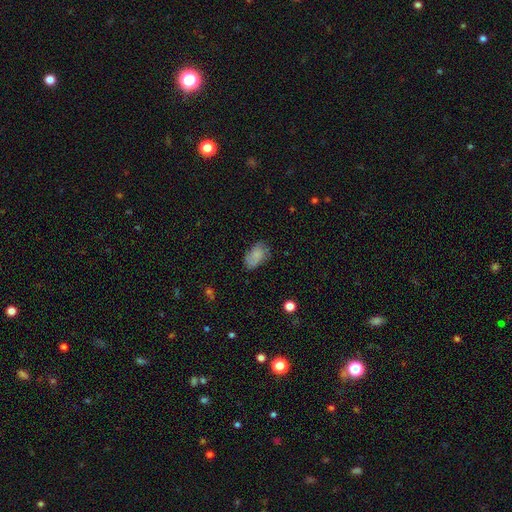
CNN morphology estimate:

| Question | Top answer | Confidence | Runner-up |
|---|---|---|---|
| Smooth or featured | smooth | 69% | featured or disk (23%) |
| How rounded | in between | 90% | round (8%) |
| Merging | none | 66% | minor disturbance (25%) |